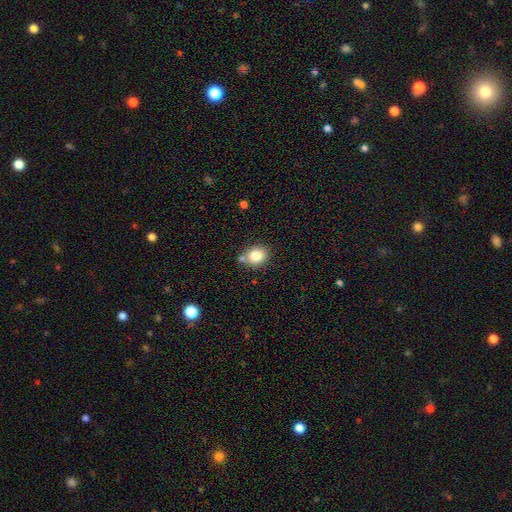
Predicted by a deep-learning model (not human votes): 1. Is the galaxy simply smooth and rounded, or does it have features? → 82% smooth, 10% star or artifact, 8% featured or disk.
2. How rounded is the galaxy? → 71% round, 28% in between, 1% cigar-shaped.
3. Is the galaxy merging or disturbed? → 74% none, 12% minor disturbance, 11% merger, 3% major disturbance.